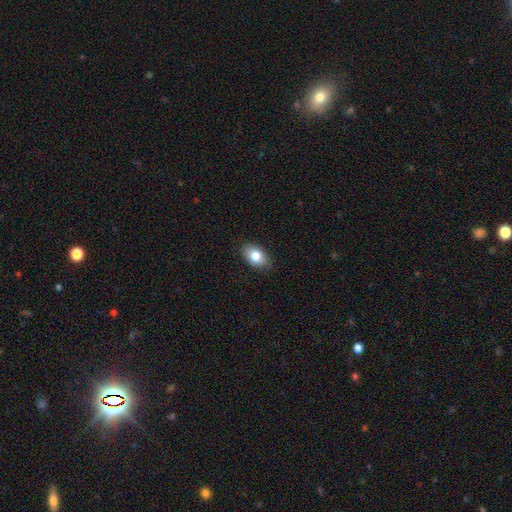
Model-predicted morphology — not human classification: Smooth or featured: smooth — 81% (featured or disk — 11%)
How rounded: in between — 88% (round — 11%)
Merging: none — 85% (minor disturbance — 11%)